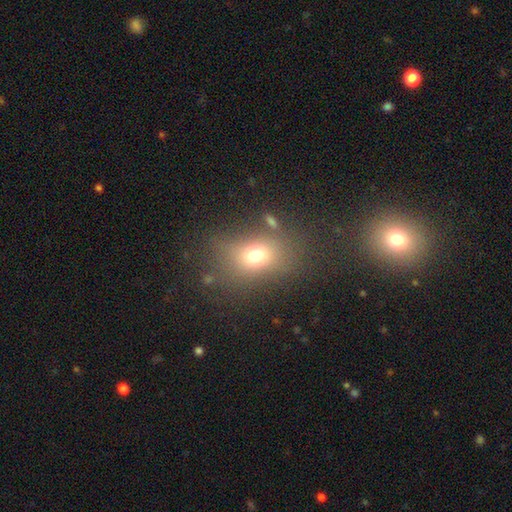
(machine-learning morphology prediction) Q: Smooth or featured?
A: smooth (70%); runner-up: star or artifact (17%)
Q: How rounded?
A: in between (61%); runner-up: round (38%)
Q: Merging?
A: none (71%); runner-up: minor disturbance (14%)